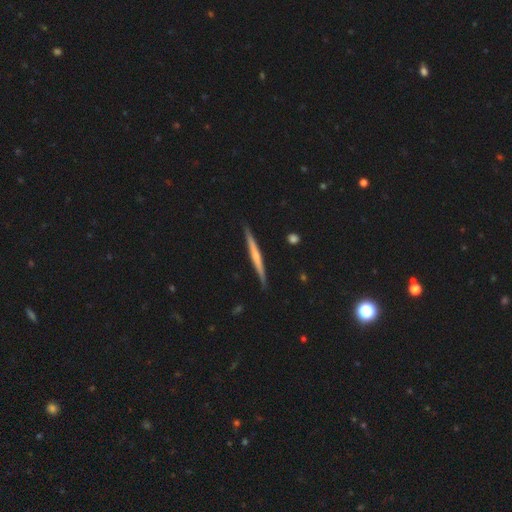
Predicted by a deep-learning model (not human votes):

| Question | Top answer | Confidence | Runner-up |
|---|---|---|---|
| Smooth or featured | featured or disk | 61% | smooth (33%) |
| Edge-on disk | yes | 98% | no (2%) |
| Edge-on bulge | none | 53% | rounded (40%) |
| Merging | none | 89% | minor disturbance (8%) |